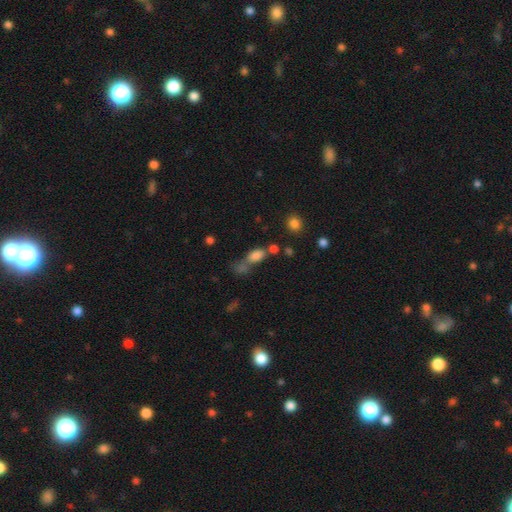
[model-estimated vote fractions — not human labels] This appears to be a smooth galaxy with no disk features (77%) that is in between round and cigar-shaped (79%). Merging: merger (43%).